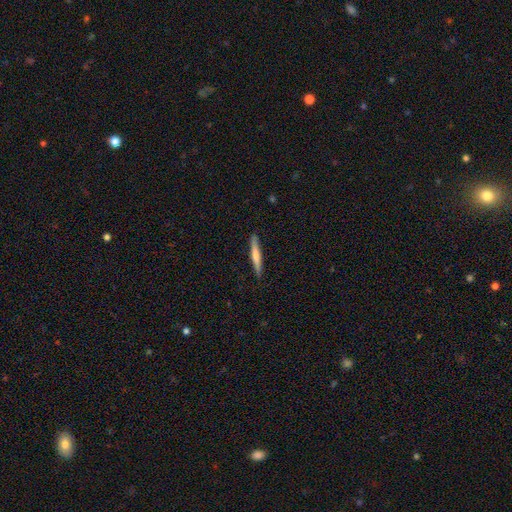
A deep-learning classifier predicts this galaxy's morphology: type=smooth (58%); roundness=cigar-shaped (95%); merging=none (89%).